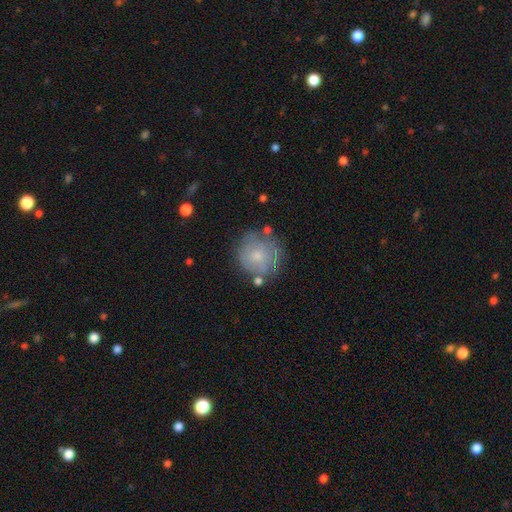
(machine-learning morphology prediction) This is possibly a smooth galaxy (48%). Merging: likely none (67%).